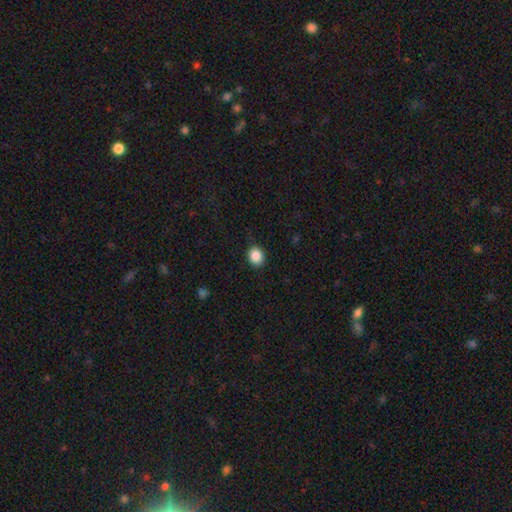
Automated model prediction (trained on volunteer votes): This is clearly a smooth galaxy (87%). How rounded: likely round (63%). Merging: clearly none (88%).